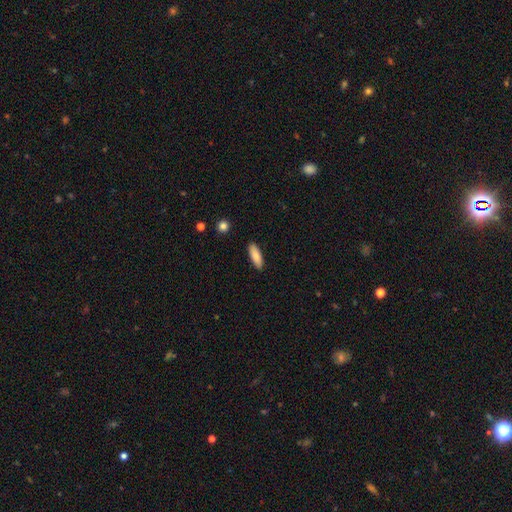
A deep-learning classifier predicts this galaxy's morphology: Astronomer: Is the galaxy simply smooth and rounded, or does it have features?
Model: smooth — 85%.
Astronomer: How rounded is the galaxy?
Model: in between — 61% (runner-up: cigar-shaped, 37%).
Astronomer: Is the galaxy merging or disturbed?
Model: none — 89%.